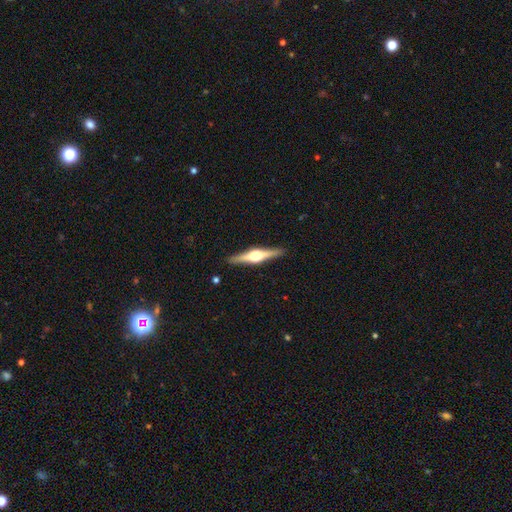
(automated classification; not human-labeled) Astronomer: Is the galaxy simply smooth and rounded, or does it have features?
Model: featured or disk — 79%.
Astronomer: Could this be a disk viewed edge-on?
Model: yes — 98%.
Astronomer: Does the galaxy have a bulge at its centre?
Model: rounded — 94%.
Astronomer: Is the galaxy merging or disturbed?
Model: none — 91%.